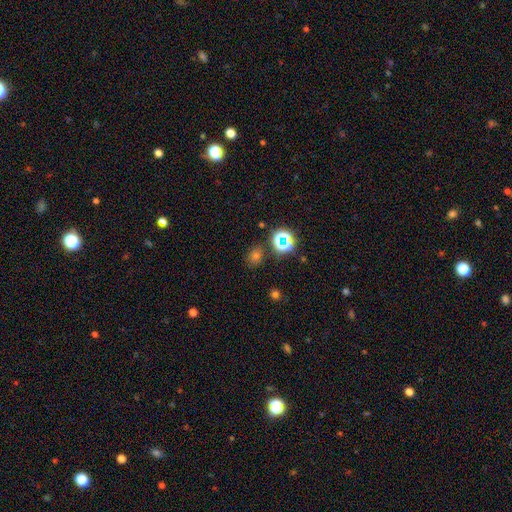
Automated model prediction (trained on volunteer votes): Smooth or featured? Predicted: smooth (p=0.53). How rounded? Predicted: round (p=0.72). Merging? Predicted: none (p=0.83).